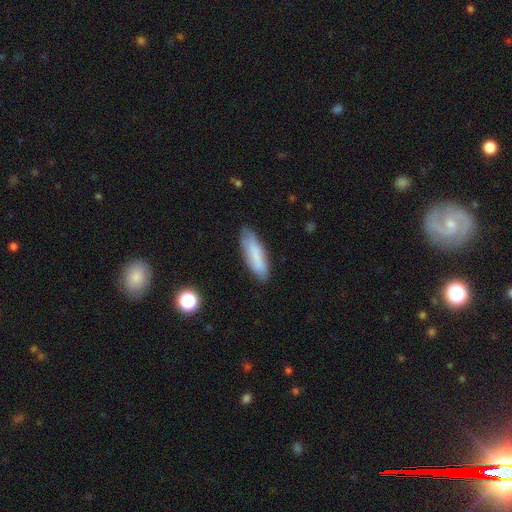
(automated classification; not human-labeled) smooth-or-featured: smooth: 74% | featured or disk: 18% | star or artifact: 7%
  how-rounded: cigar-shaped: 54% | in between: 44% | round: 2%
  merging: none: 77% | minor disturbance: 17% | major disturbance: 4% | merger: 2%